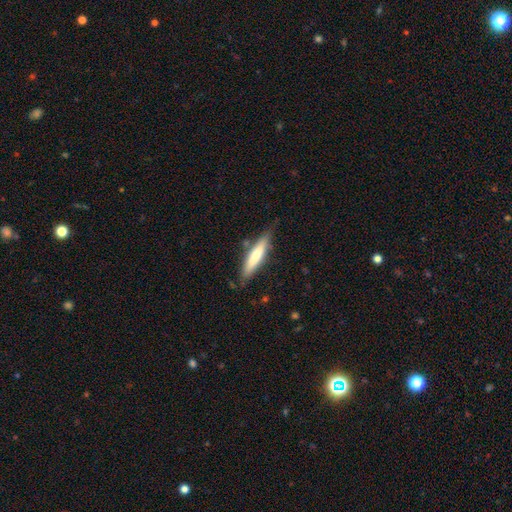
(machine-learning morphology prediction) smooth 66%, featured or disk 28%, star or artifact 6%. Down the decision tree: how rounded — cigar-shaped (82%); merging — none (78%).